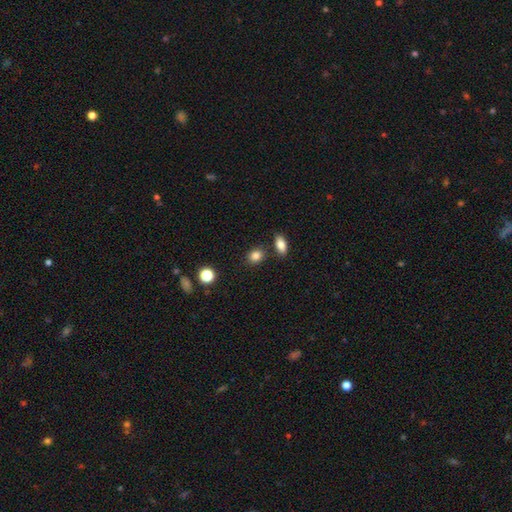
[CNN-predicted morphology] Smooth or featured?
  - smooth: 84% *
  - star or artifact: 10%
  - featured or disk: 5%
How rounded?
  - round: 54% *
  - in between: 44%
  - cigar-shaped: 2%
Merging?
  - none: 80% *
  - minor disturbance: 10%
  - merger: 7%
  - major disturbance: 3%